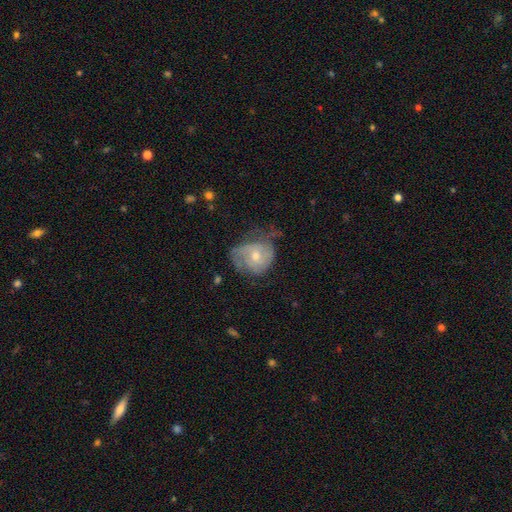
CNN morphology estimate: This appears to be a featured or disk galaxy (57%) with no bar (75%), spiral arms (70%) and a moderate central bulge (58%). Merging: none (36%).